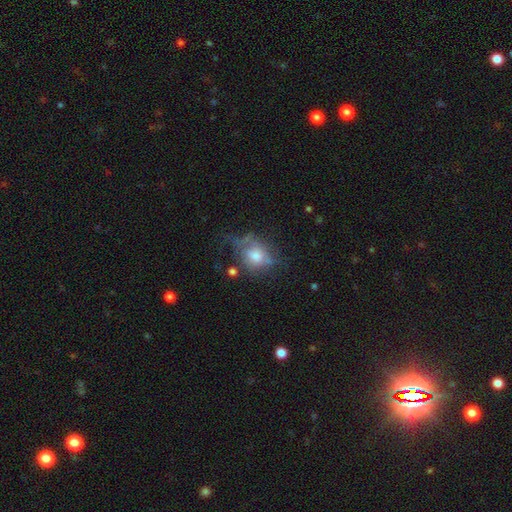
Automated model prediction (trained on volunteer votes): Smooth or featured?
  - smooth: 50% *
  - featured or disk: 37%
  - star or artifact: 13%
How rounded?
  - round: 50% *
  - in between: 49%
  - cigar-shaped: 2%
Merging?
  - none: 40% *
  - major disturbance: 28%
  - minor disturbance: 27%
  - merger: 5%